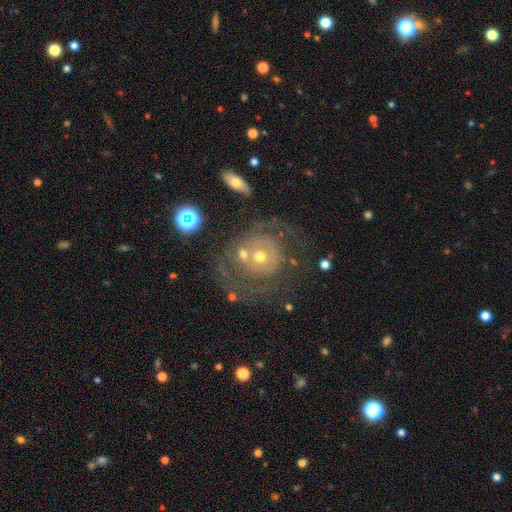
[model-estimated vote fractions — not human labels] Smooth or featured? featured or disk (69%)
Edge-on disk? no (96%)
Bar? no (83%)
Spiral arms? yes (60%)
Bulge size? small (48%)
Merging? none (59%)